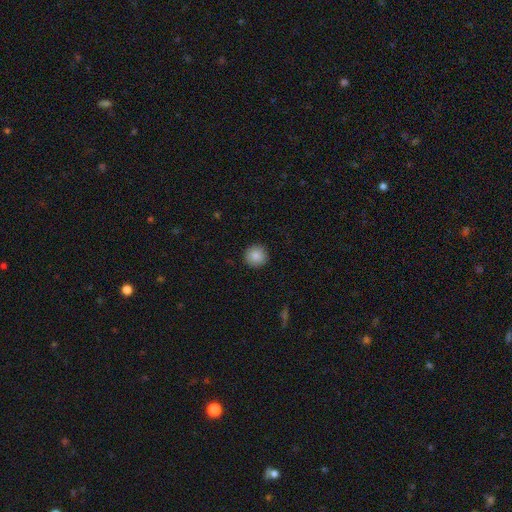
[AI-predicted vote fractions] Smooth or featured? smooth (87%)
How rounded? round (95%)
Merging? none (92%)